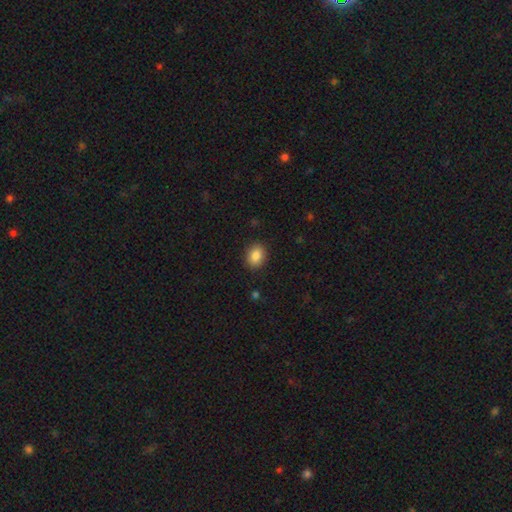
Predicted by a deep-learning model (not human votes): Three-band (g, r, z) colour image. It shows a smooth galaxy with no disk features (87%) that is in between round and cigar-shaped (62%). Merging: none (88%).